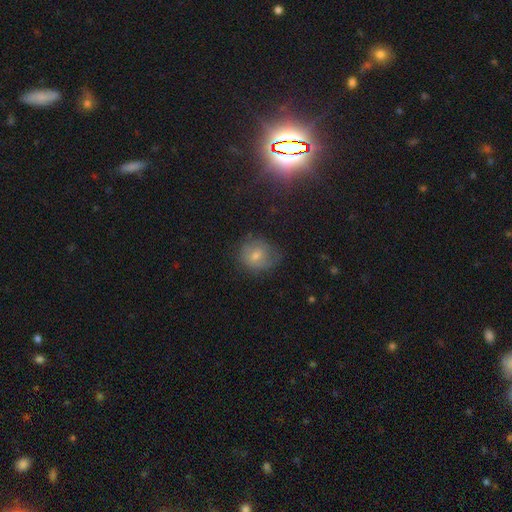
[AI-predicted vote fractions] Smooth or featured? Predicted: smooth (p=0.51). How rounded? Predicted: round (p=0.80). Merging? Predicted: none (p=0.69).